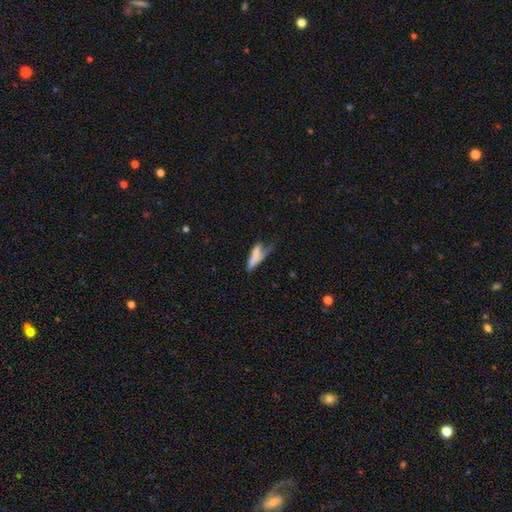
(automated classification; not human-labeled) smooth_or_featured: smooth (p=0.64) [alt: featured or disk p=0.27]
how_rounded: cigar-shaped (p=0.57) [alt: in between p=0.40]
merging: major disturbance (p=0.29) [alt: none p=0.27]